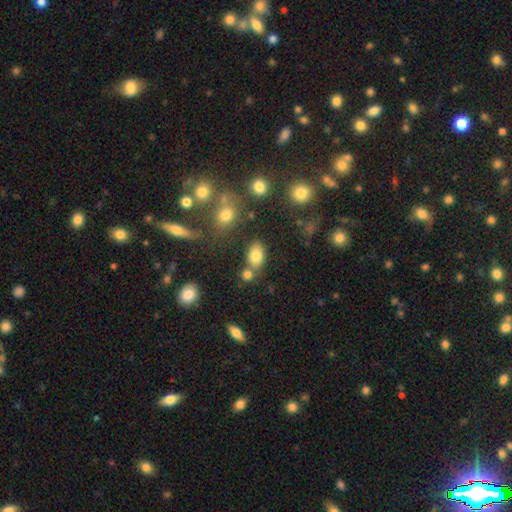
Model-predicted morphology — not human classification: The model was most divided on "merging": none: 63%, merger: 20%, minor disturbance: 13%, major disturbance: 4%. More confident: how rounded — in between (80%); smooth or featured — smooth (80%).